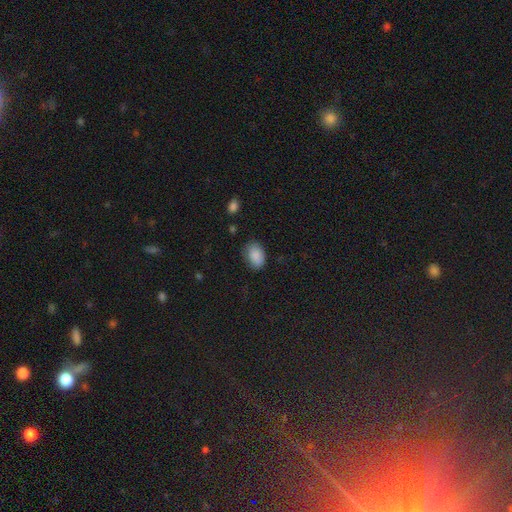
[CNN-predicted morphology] smooth 88%, star or artifact 8%, featured or disk 4%. Down the decision tree: how rounded — in between (84%); merging — none (75%).